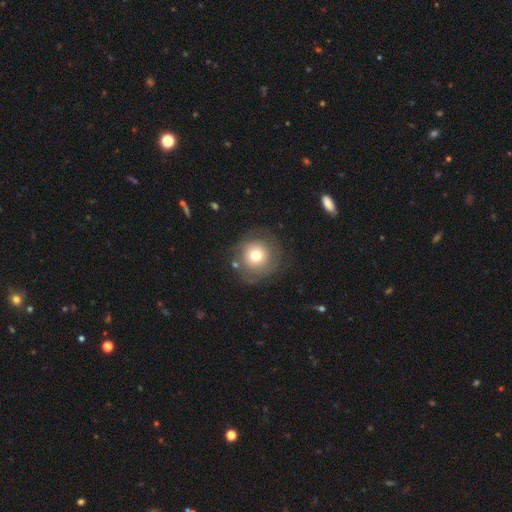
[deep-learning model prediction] Smooth or featured? smooth (68%)
How rounded? round (92%)
Merging? none (75%)